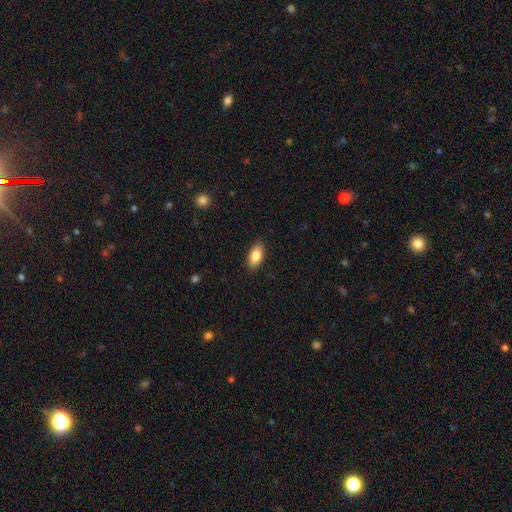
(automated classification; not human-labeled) This appears to be a smooth galaxy with no disk features (86%) that is in between round and cigar-shaped (91%). Merging: none (88%).